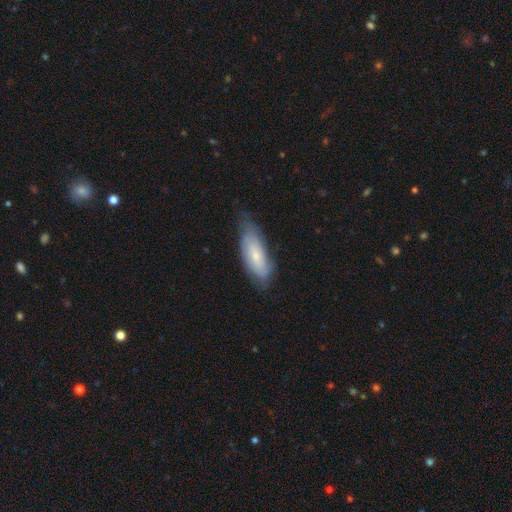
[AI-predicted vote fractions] Smooth or featured? Predicted: smooth (p=0.53). How rounded? Predicted: in between (p=0.69). Merging? Predicted: none (p=0.58).